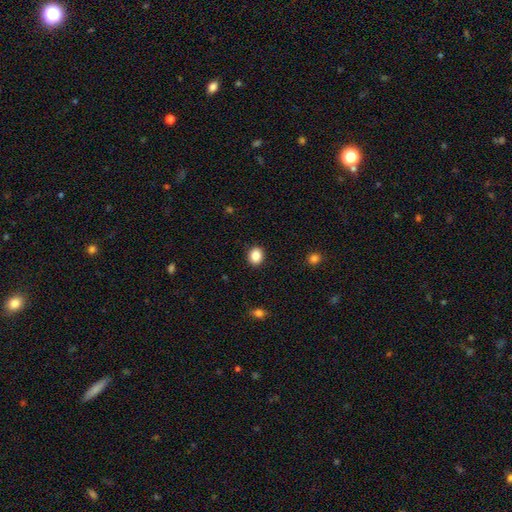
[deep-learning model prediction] This is clearly a smooth galaxy (87%). How rounded: possibly round (58%). Merging: clearly none (91%).